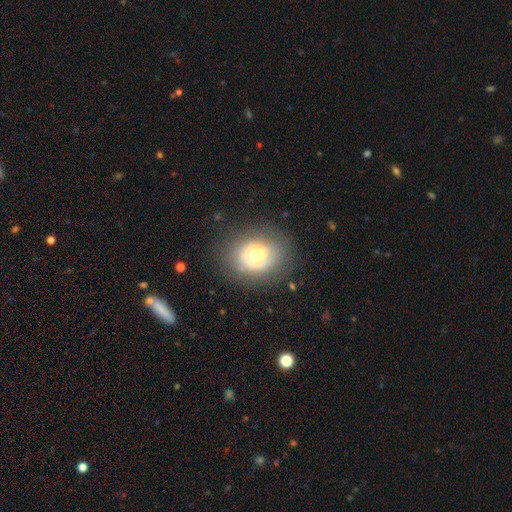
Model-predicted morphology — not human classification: The model was most divided on "how rounded": round: 57%, in between: 42%, cigar-shaped: 1%. More confident: merging — none (62%); smooth or featured — smooth (55%).